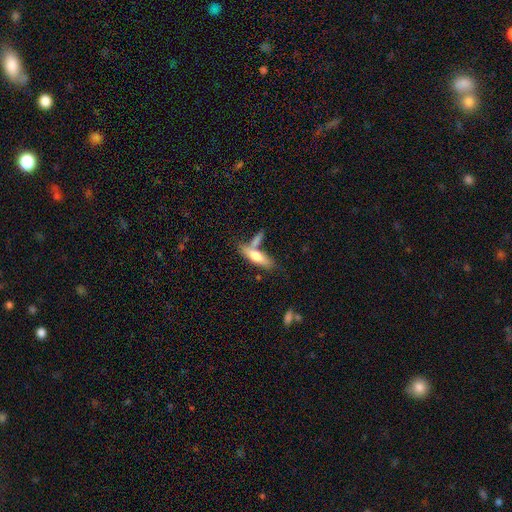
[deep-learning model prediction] Morphology: type=smooth (66%); roundness=cigar-shaped (54%); merging=none (50%).